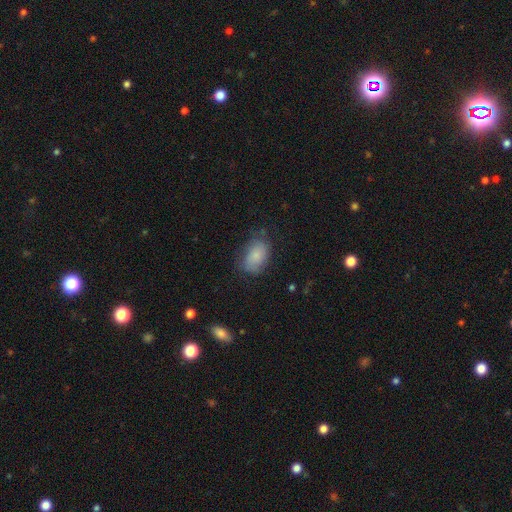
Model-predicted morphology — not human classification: A smooth galaxy with no disk features (80%) that is in between round and cigar-shaped (87%).

Vote fractions:
- Smooth or featured? smooth: 80% / featured or disk: 12% / star or artifact: 8%
- How rounded? in between: 87% / round: 11% / cigar-shaped: 1%
- Merging? none: 63% / minor disturbance: 25% / major disturbance: 10% / merger: 2%